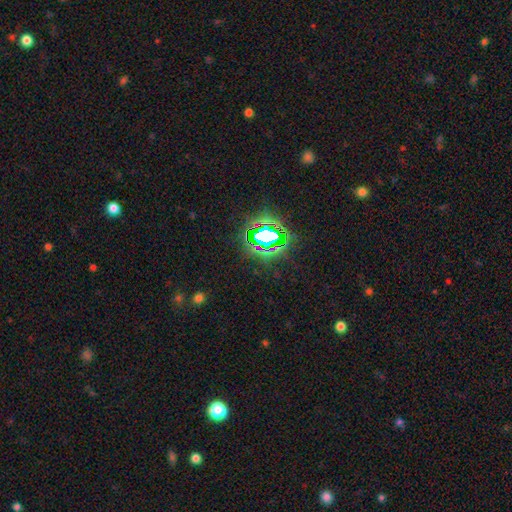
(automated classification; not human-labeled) A star or artifact, not a galaxy (80%).

Vote fractions:
- Smooth or featured? star or artifact: 80% / smooth: 13% / featured or disk: 7%